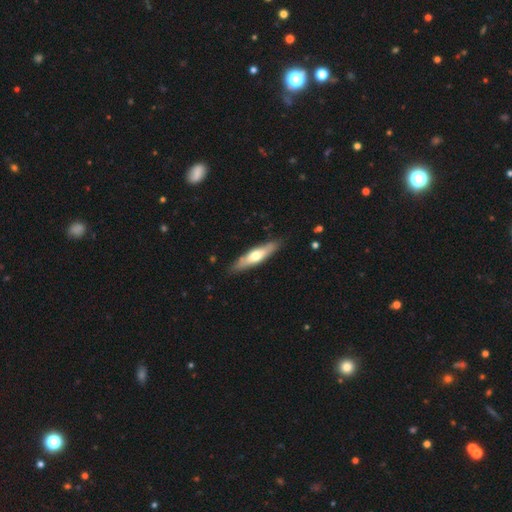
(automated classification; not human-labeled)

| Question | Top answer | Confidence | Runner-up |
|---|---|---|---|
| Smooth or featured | smooth | 49% | featured or disk (46%) |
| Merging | none | 85% | minor disturbance (12%) |